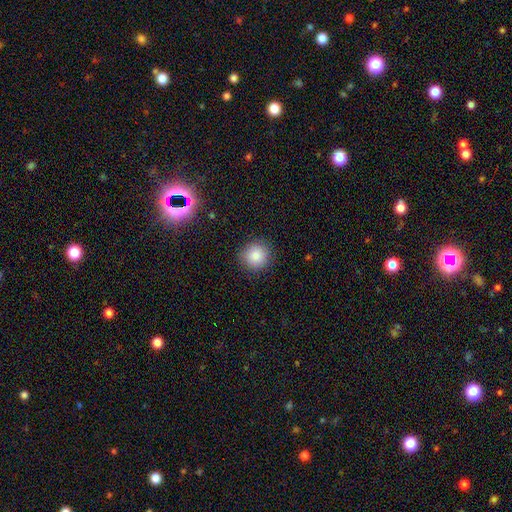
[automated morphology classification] A smooth galaxy with no disk features (84%) that is round (92%).

Vote fractions:
- Smooth or featured? smooth: 84% / star or artifact: 10% / featured or disk: 6%
- How rounded? round: 92% / in between: 7% / cigar-shaped: 1%
- Merging? none: 89% / minor disturbance: 7% / major disturbance: 2% / merger: 1%